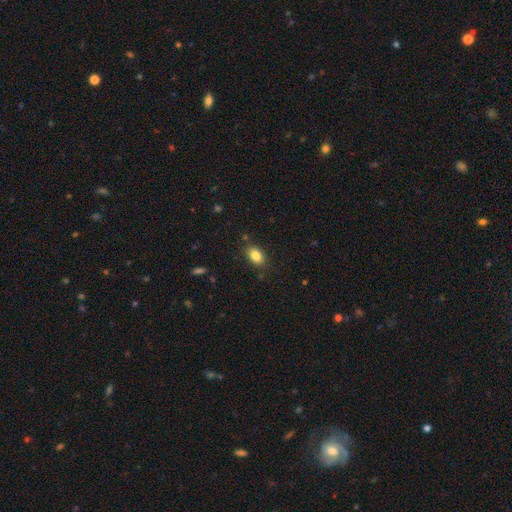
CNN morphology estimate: Smooth or featured? smooth (84%)
How rounded? in between (85%)
Merging? none (84%)